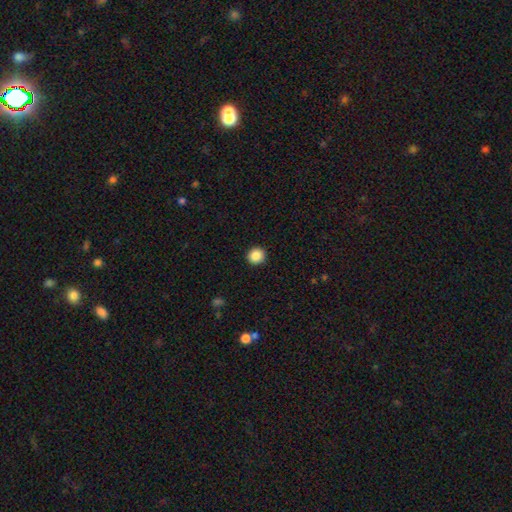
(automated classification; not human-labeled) The model was most divided on "smooth or featured": smooth: 86%, star or artifact: 10%, featured or disk: 4%. More confident: merging — none (93%); how rounded — round (91%).